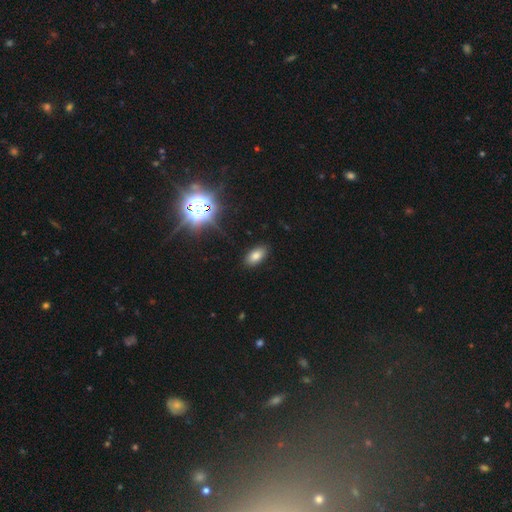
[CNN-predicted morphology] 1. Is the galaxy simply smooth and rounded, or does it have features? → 75% smooth, 16% star or artifact, 8% featured or disk.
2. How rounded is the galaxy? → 92% in between, 5% round, 3% cigar-shaped.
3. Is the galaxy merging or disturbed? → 88% none, 8% minor disturbance, 2% major disturbance, 1% merger.